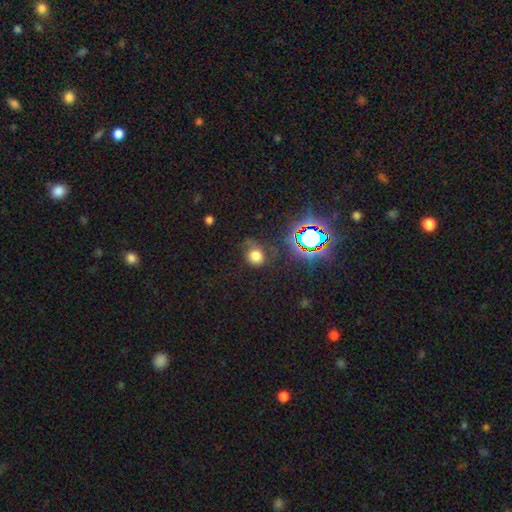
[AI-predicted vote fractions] Q: Smooth or featured?
A: smooth (68%); runner-up: star or artifact (20%)
Q: How rounded?
A: round (70%); runner-up: in between (29%)
Q: Merging?
A: none (51%); runner-up: minor disturbance (26%)